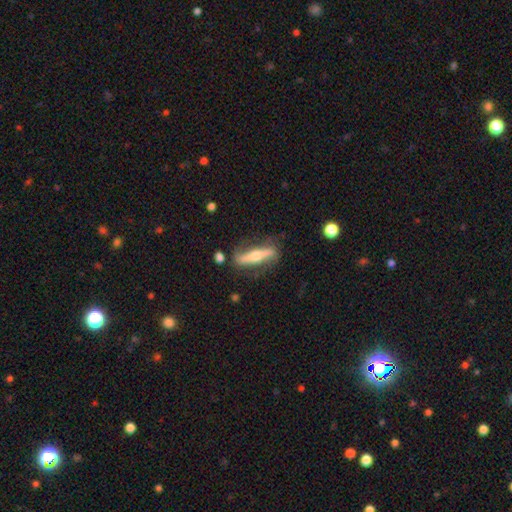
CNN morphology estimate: featured or disk 69%, smooth 24%, star or artifact 7%. Down the decision tree: edge-on disk — yes (64%); merging — none (75%).